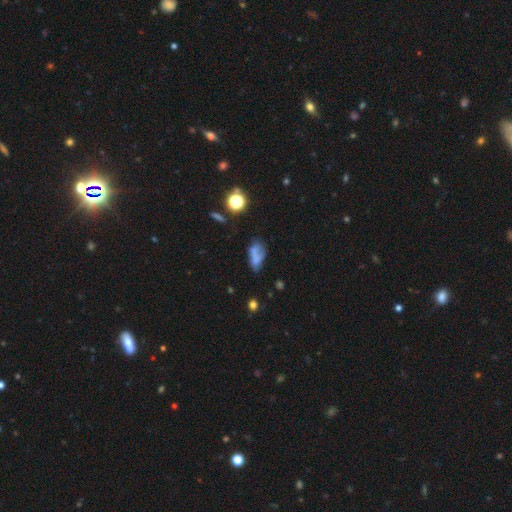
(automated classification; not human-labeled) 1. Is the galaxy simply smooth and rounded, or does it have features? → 60% smooth, 26% featured or disk, 14% star or artifact.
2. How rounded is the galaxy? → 83% in between, 10% round, 8% cigar-shaped.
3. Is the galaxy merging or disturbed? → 35% none, 24% minor disturbance, 23% merger, 18% major disturbance.